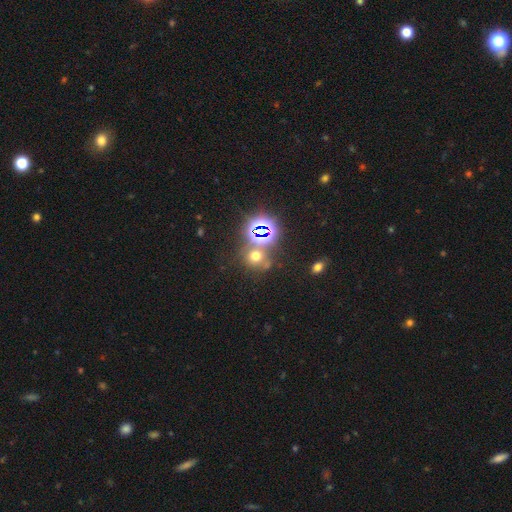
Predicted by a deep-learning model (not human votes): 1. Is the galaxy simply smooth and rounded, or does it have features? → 49% smooth, 41% star or artifact, 10% featured or disk.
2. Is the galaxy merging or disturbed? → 64% none, 19% merger, 11% minor disturbance, 6% major disturbance.